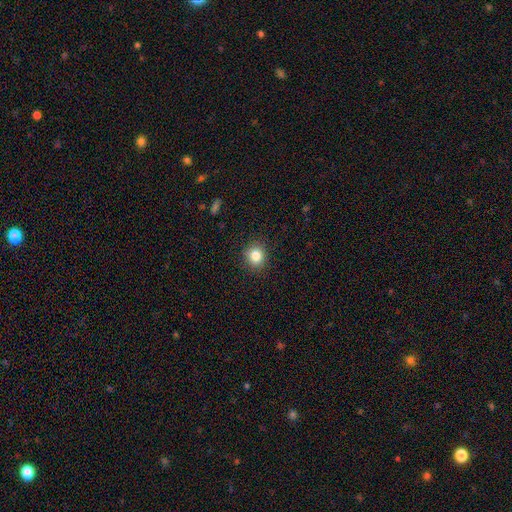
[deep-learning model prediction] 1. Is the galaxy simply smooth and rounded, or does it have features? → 83% smooth, 11% star or artifact, 6% featured or disk.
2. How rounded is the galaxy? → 86% round, 14% in between, 1% cigar-shaped.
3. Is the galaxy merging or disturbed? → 90% none, 7% minor disturbance, 2% major disturbance, 1% merger.